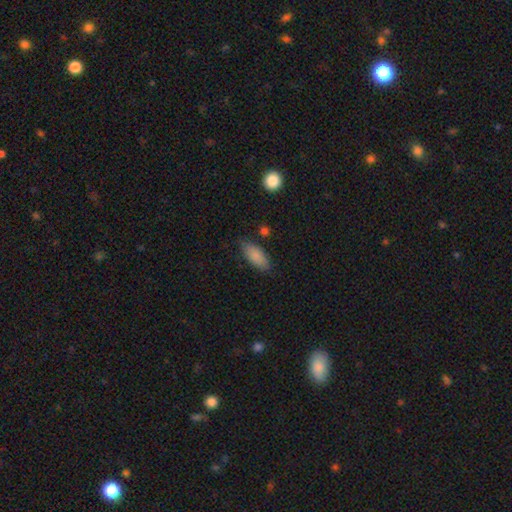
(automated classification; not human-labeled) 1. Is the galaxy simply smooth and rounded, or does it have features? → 86% smooth, 7% featured or disk, 7% star or artifact.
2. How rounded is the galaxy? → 82% in between, 16% cigar-shaped, 2% round.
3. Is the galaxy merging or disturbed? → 78% none, 16% minor disturbance, 3% major disturbance, 2% merger.